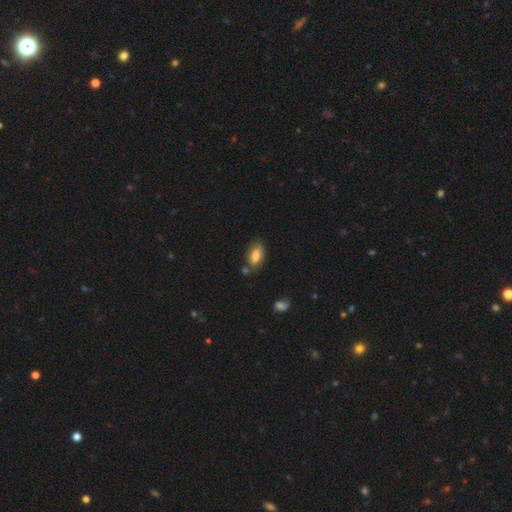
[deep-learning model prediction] Smooth or featured? smooth (80%)
How rounded? in between (90%)
Merging? none (69%)